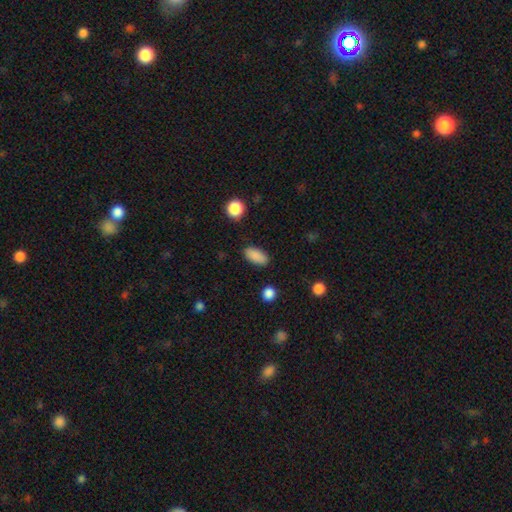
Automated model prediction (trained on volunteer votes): Q: Smooth or featured?
A: smooth (88%); runner-up: star or artifact (8%)
Q: How rounded?
A: in between (91%); runner-up: cigar-shaped (5%)
Q: Merging?
A: none (86%); runner-up: minor disturbance (10%)